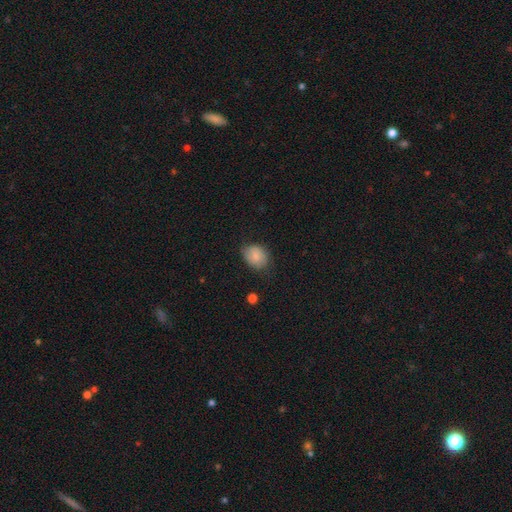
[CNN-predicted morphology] smooth-or-featured: smooth: 78% | featured or disk: 14% | star or artifact: 8%
  how-rounded: in between: 55% | round: 44% | cigar-shaped: 1%
  merging: none: 70% | minor disturbance: 24% | major disturbance: 5% | merger: 1%